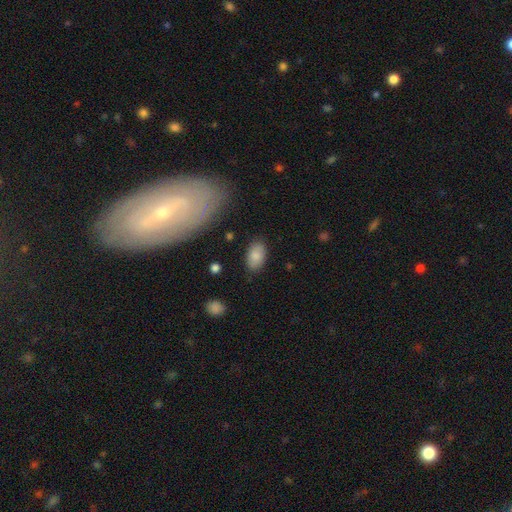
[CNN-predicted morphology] A smooth galaxy with no disk features (82%) that is in between round and cigar-shaped (92%). Merging: none (83%).